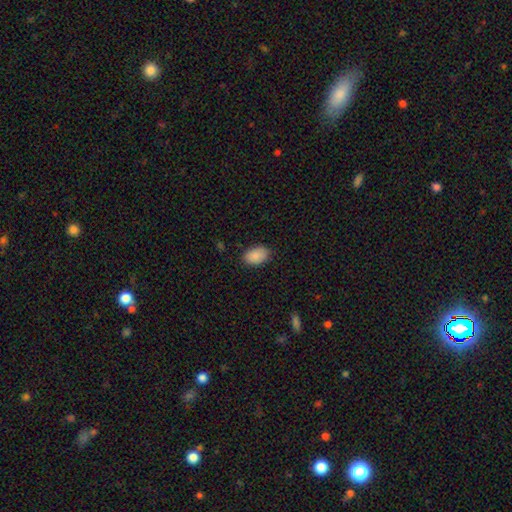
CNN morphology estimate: Smooth or featured?
  - smooth: 89% *
  - star or artifact: 7%
  - featured or disk: 3%
How rounded?
  - in between: 90% *
  - round: 9%
  - cigar-shaped: 1%
Merging?
  - none: 85% *
  - minor disturbance: 11%
  - major disturbance: 3%
  - merger: 1%